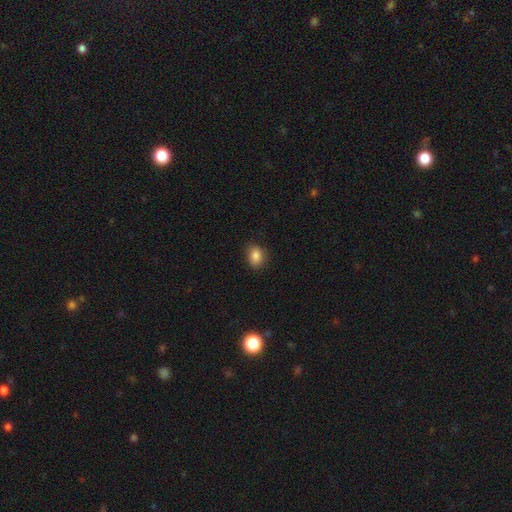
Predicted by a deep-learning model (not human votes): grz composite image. It shows a smooth galaxy with no disk features (85%) that is in between round and cigar-shaped (59%). Merging: none (82%).